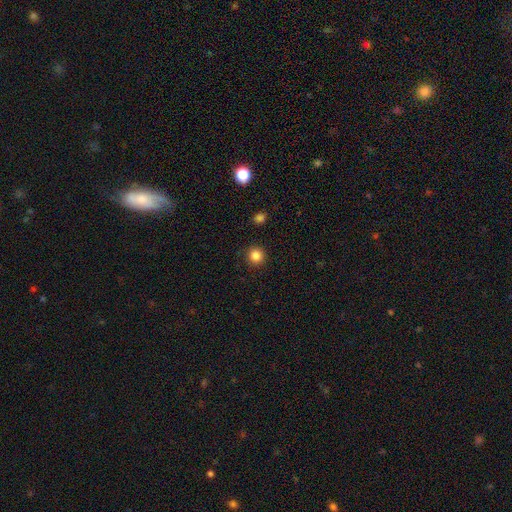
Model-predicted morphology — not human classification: smooth_or_featured: smooth (p=0.84) [alt: star or artifact p=0.11]
how_rounded: round (p=0.94) [alt: in between p=0.05]
merging: none (p=0.91) [alt: minor disturbance p=0.06]